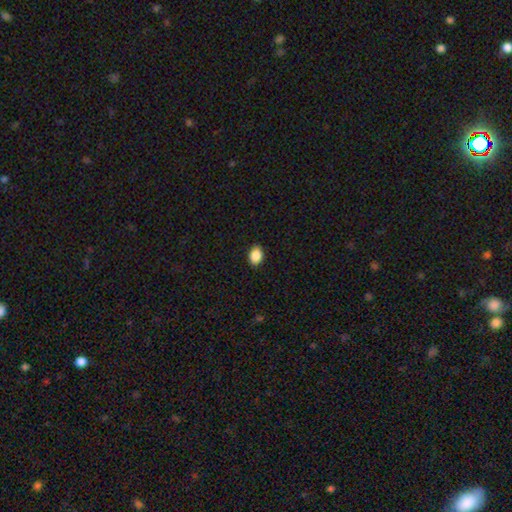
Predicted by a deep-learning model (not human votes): Overall: smooth (89%). How rounded: in between (73%). Merging: none (89%).